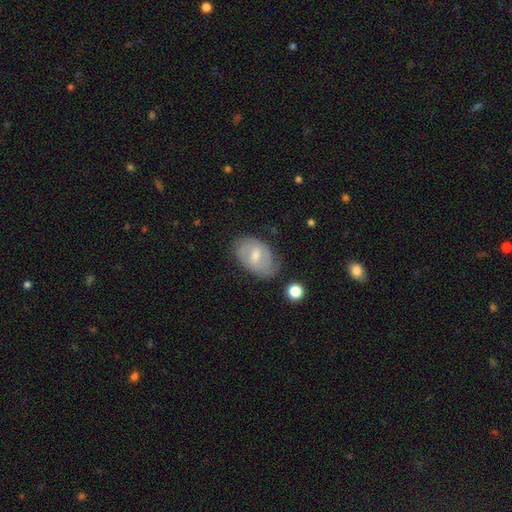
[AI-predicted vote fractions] This is possibly a featured or disk galaxy (50%). Merging: likely none (67%).